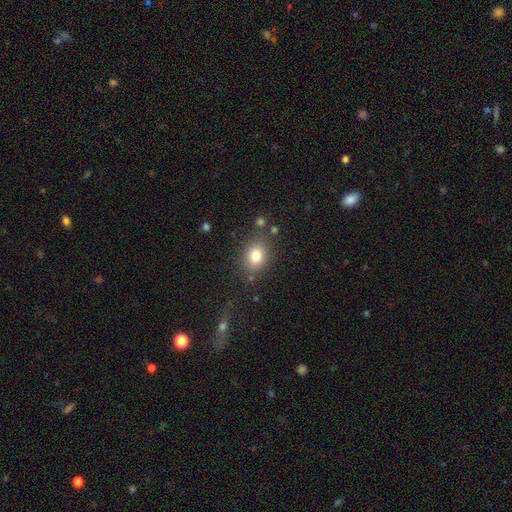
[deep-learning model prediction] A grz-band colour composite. It shows a smooth galaxy with no disk features (80%) that is in between round and cigar-shaped (53%). Merging: none (78%).